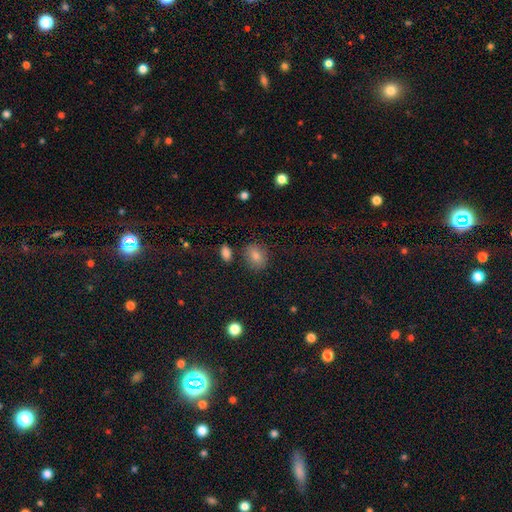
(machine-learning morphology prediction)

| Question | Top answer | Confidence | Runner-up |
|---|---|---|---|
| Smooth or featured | smooth | 75% | star or artifact (15%) |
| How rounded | round | 52% | in between (46%) |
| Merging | none | 82% | minor disturbance (10%) |